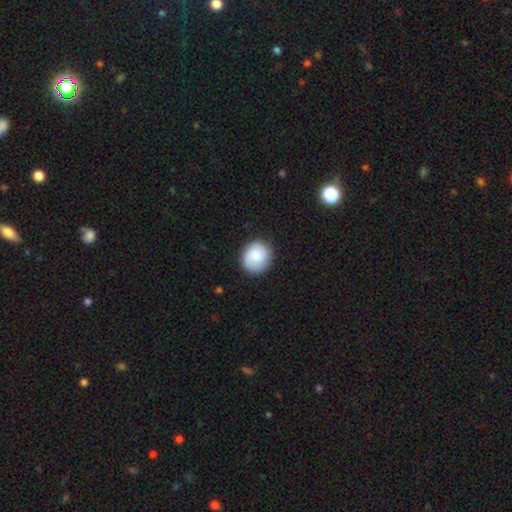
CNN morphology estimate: type=smooth (78%); roundness=round (83%); merging=none (85%).